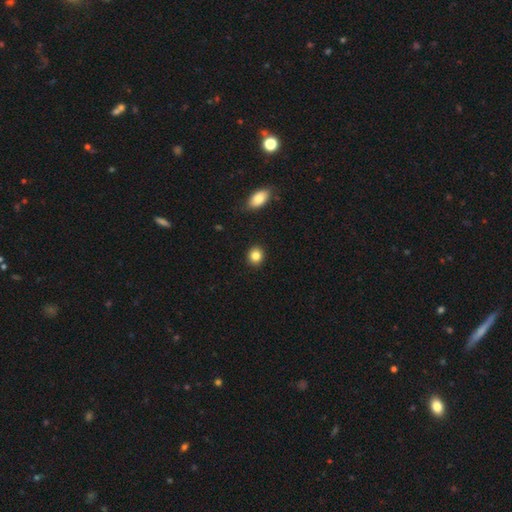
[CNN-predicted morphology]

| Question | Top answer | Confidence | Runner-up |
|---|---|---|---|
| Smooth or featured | smooth | 85% | star or artifact (10%) |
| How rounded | round | 79% | in between (20%) |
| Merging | none | 91% | minor disturbance (6%) |